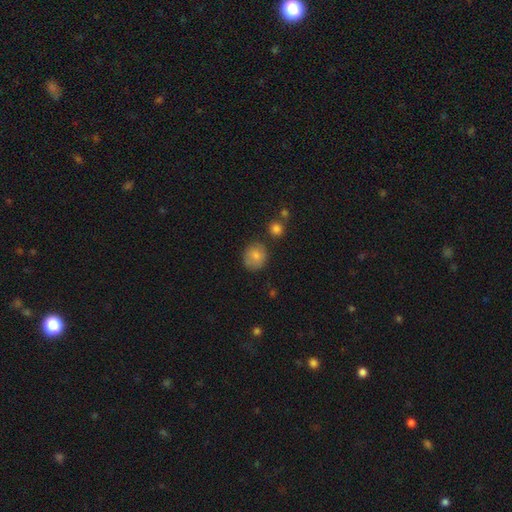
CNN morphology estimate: smooth 79%, featured or disk 13%, star or artifact 8%. Down the decision tree: how rounded — round (76%); merging — none (75%).